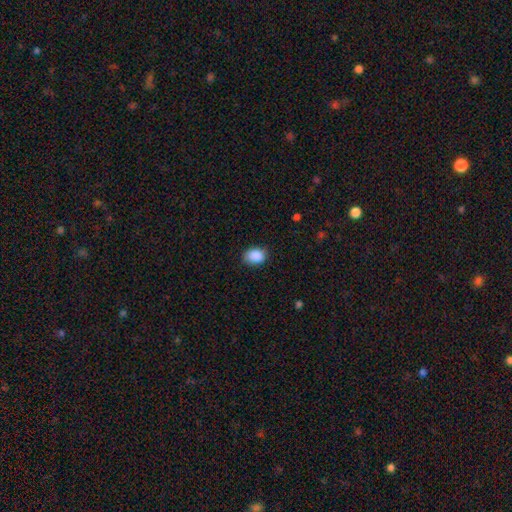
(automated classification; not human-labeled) Q: Smooth or featured?
A: smooth (89%); runner-up: star or artifact (8%)
Q: How rounded?
A: in between (71%); runner-up: round (28%)
Q: Merging?
A: none (82%); runner-up: minor disturbance (14%)